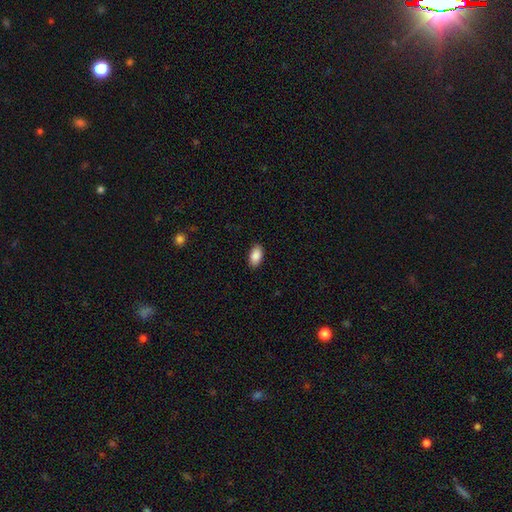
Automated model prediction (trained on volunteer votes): Smooth or featured? smooth (89%)
How rounded? in between (94%)
Merging? none (89%)